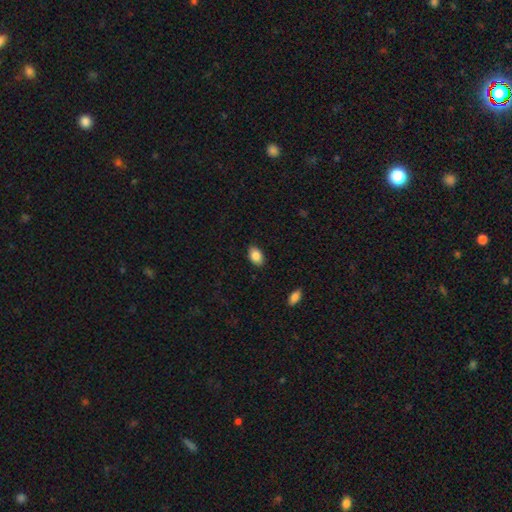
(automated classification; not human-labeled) Overall: smooth (86%). How rounded: in between (88%). Merging: none (88%).